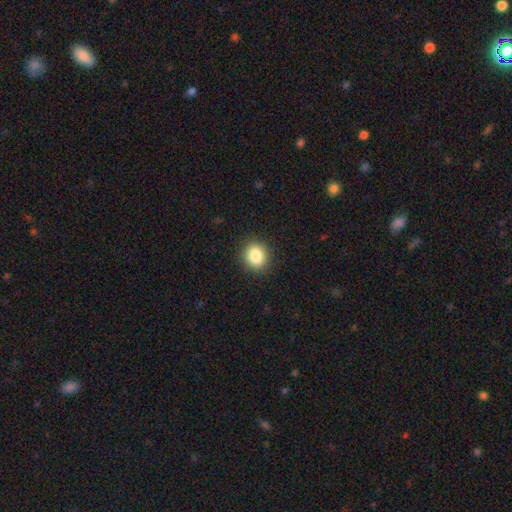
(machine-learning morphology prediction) smooth-or-featured: smooth: 84% | star or artifact: 10% | featured or disk: 5%
  how-rounded: round: 76% | in between: 23% | cigar-shaped: 1%
  merging: none: 90% | minor disturbance: 7% | major disturbance: 2% | merger: 1%